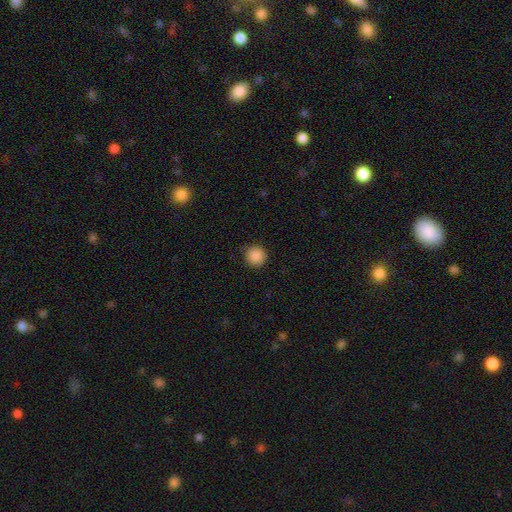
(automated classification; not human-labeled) A smooth galaxy with no disk features (88%) that is round (95%).

Vote fractions:
- Smooth or featured? smooth: 88% / star or artifact: 9% / featured or disk: 3%
- How rounded? round: 95% / in between: 4% / cigar-shaped: 1%
- Merging? none: 89% / minor disturbance: 8% / major disturbance: 2% / merger: 1%